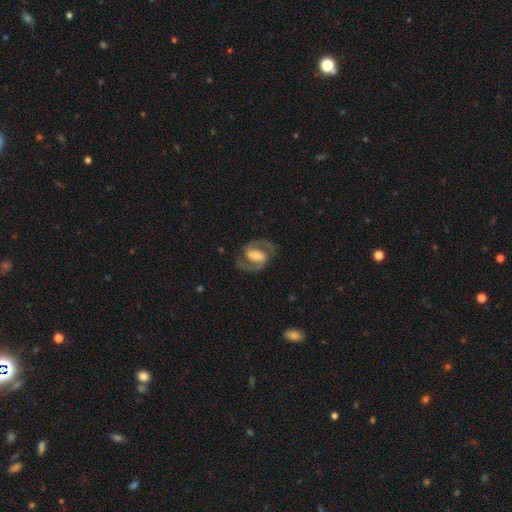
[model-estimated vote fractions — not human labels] Smooth or featured?
  - featured or disk: 86% *
  - smooth: 9%
  - star or artifact: 5%
Edge-on disk?
  - no: 97% *
  - yes: 3%
Bar?
  - strong: 45% *
  - weak: 38%
  - no: 17%
Spiral arms?
  - yes: 95% *
  - no: 5%
Spiral winding?
  - medium: 60% *
  - tight: 24%
  - loose: 16%
Spiral arm count?
  - 2: 93% *
  - can't tell: 3%
  - 1: 2%
  - 3: 1%
  - 4: 1%
  - more than 4: 1%
Bulge size?
  - moderate: 47% *
  - small: 29%
  - large: 17%
  - none: 5%
  - dominant: 2%
Merging?
  - none: 80% *
  - minor disturbance: 12%
  - major disturbance: 7%
  - merger: 1%